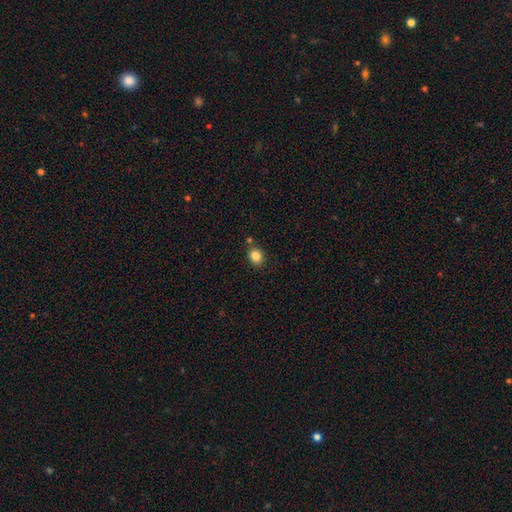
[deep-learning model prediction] A smooth galaxy with no disk features (84%) that is round (62%).

Vote fractions:
- Smooth or featured? smooth: 84% / star or artifact: 11% / featured or disk: 6%
- How rounded? round: 62% / in between: 37% / cigar-shaped: 1%
- Merging? none: 81% / minor disturbance: 10% / merger: 6% / major disturbance: 2%